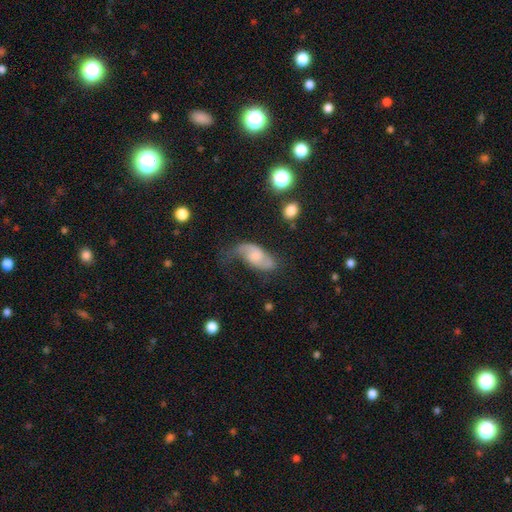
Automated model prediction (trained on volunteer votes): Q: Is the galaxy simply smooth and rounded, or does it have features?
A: featured or disk — 62%.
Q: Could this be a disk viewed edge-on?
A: no — 94%.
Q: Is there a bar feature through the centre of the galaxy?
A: no — 60%.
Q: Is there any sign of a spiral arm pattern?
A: yes — 88%.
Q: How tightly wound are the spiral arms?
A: loose — 52%.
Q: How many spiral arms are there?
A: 2 — 72%.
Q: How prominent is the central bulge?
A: moderate — 29%.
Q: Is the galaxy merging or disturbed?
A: none — 36%.